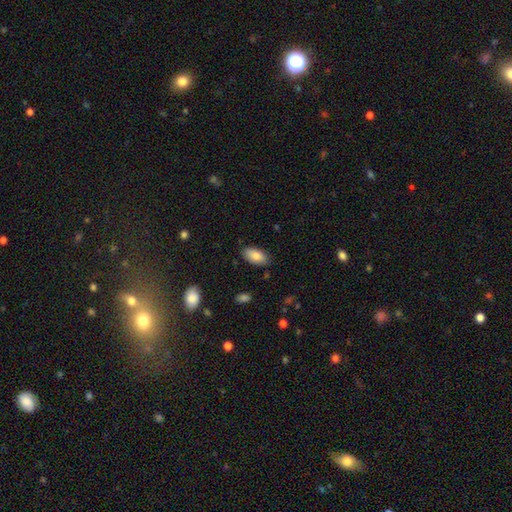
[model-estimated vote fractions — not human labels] A smooth galaxy with no disk features (85%) that is in between round and cigar-shaped (93%).

Vote fractions:
- Smooth or featured? smooth: 85% / featured or disk: 8% / star or artifact: 7%
- How rounded? in between: 93% / cigar-shaped: 5% / round: 2%
- Merging? none: 84% / minor disturbance: 12% / major disturbance: 2% / merger: 1%